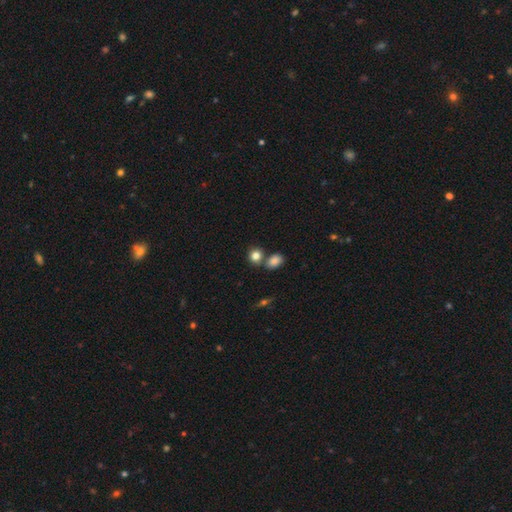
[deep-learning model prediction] Q: Smooth or featured?
A: smooth (83%); runner-up: star or artifact (10%)
Q: How rounded?
A: round (73%); runner-up: in between (26%)
Q: Merging?
A: none (61%); runner-up: merger (26%)